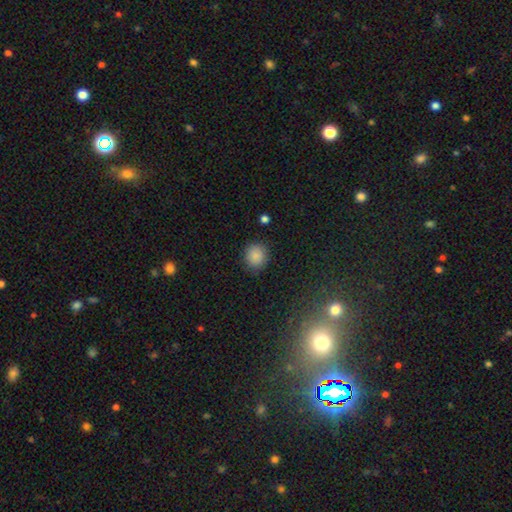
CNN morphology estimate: Smooth or featured: smooth — 86% (star or artifact — 10%)
How rounded: round — 82% (in between — 17%)
Merging: none — 86% (minor disturbance — 9%)